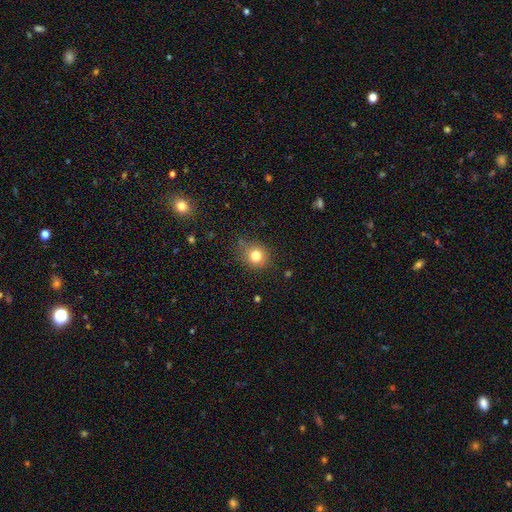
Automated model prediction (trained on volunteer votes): Smooth or featured? smooth (80%)
How rounded? round (82%)
Merging? none (77%)